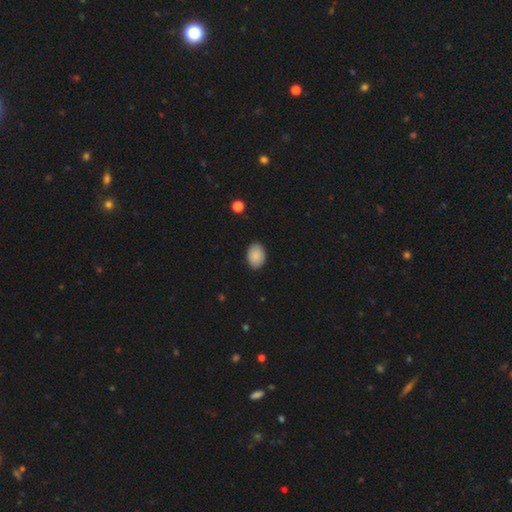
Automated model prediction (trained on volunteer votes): Morphology: type=smooth (88%); roundness=in between (76%); merging=none (88%).